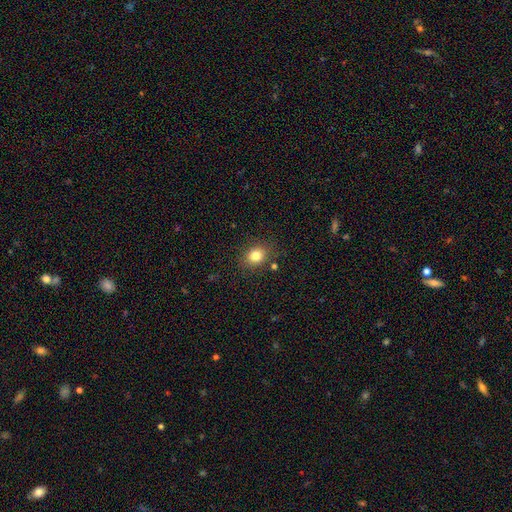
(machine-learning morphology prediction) Smooth or featured?
  - smooth: 81% *
  - star or artifact: 12%
  - featured or disk: 7%
How rounded?
  - round: 62% *
  - in between: 37%
  - cigar-shaped: 1%
Merging?
  - none: 84% *
  - minor disturbance: 10%
  - major disturbance: 3%
  - merger: 3%